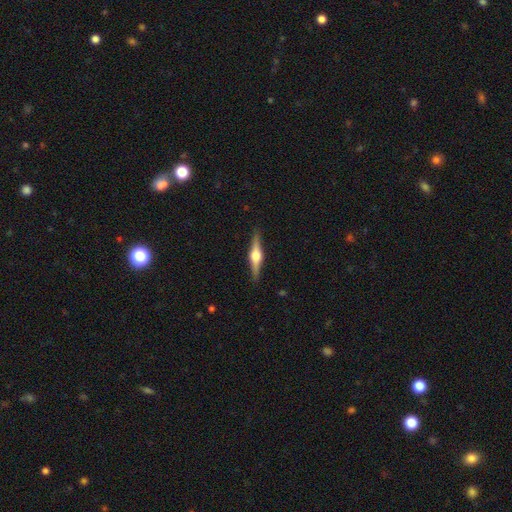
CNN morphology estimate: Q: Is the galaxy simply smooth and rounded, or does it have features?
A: featured or disk — 78%.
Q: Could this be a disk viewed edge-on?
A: yes — 98%.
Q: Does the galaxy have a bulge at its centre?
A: rounded — 94%.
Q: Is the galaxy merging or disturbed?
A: none — 91%.